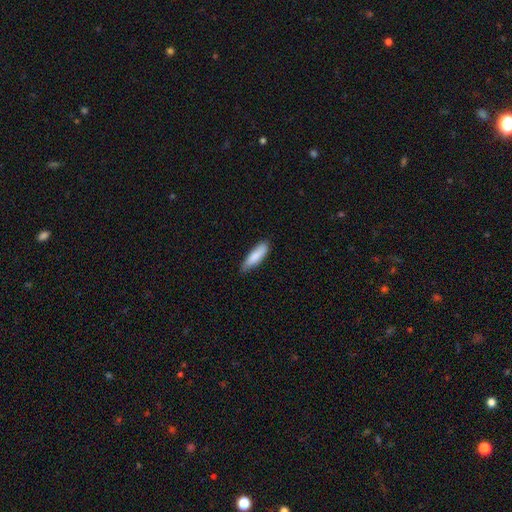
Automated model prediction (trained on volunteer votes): Overall: smooth (85%). How rounded: cigar-shaped (60%; in between 39%). Merging: none (78%).